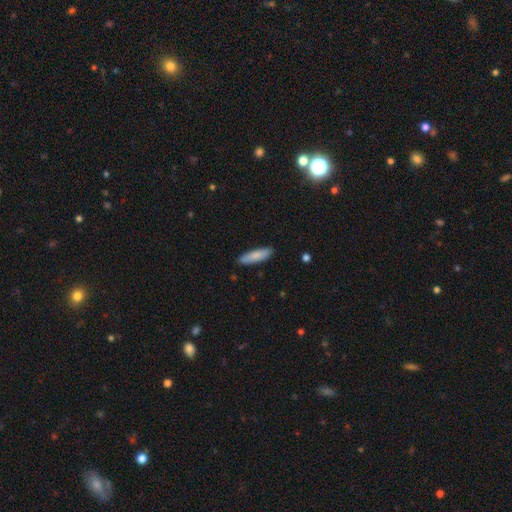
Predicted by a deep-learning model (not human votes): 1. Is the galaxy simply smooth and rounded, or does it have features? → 83% smooth, 11% featured or disk, 5% star or artifact.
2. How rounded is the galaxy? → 70% cigar-shaped, 28% in between, 1% round.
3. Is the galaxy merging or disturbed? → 88% none, 9% minor disturbance, 2% major disturbance, 1% merger.